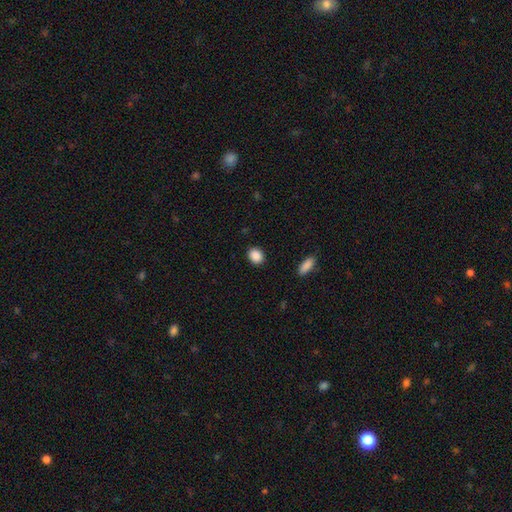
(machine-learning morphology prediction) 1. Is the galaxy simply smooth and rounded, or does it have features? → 89% smooth, 8% star or artifact, 3% featured or disk.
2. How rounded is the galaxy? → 53% round, 46% in between, 1% cigar-shaped.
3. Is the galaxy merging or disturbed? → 90% none, 7% minor disturbance, 2% major disturbance, 1% merger.